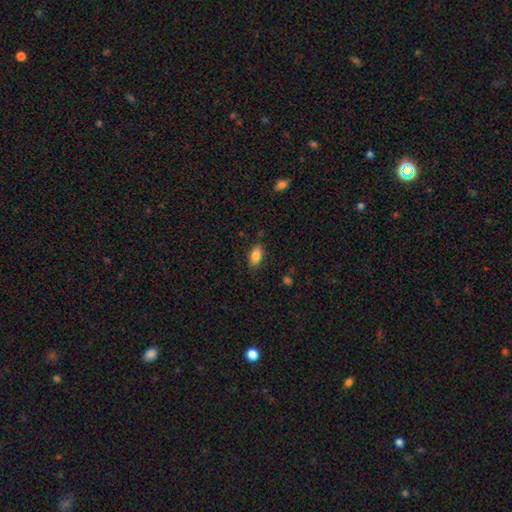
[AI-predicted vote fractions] This is clearly a smooth galaxy (85%). How rounded: clearly in between (90%). Merging: clearly none (83%).